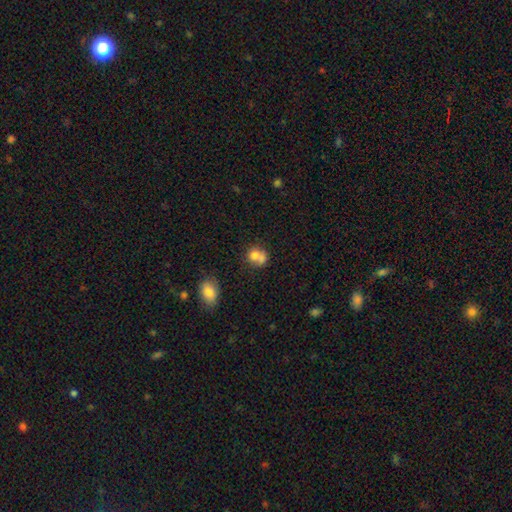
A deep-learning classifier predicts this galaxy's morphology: This appears to be a smooth galaxy with no disk features (73%) that is round (66%). Merging: merger (56%).